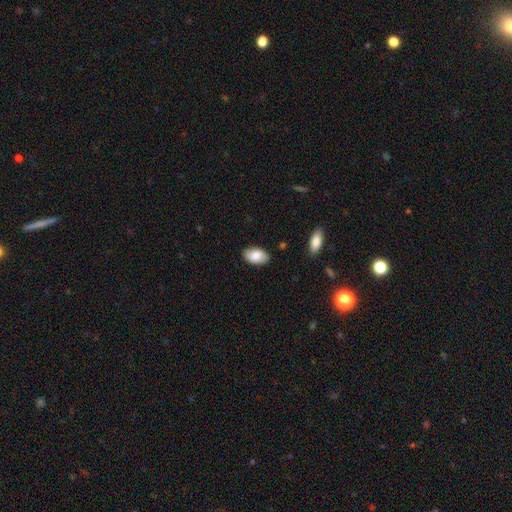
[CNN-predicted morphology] Smooth or featured? Predicted: smooth (p=0.81). How rounded? Predicted: in between (p=0.94). Merging? Predicted: none (p=0.84).